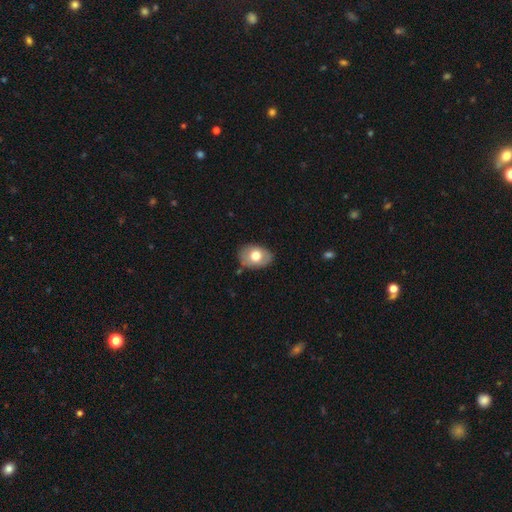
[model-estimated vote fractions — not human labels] Overall: smooth (69%). How rounded: in between (80%). Merging: none (79%).